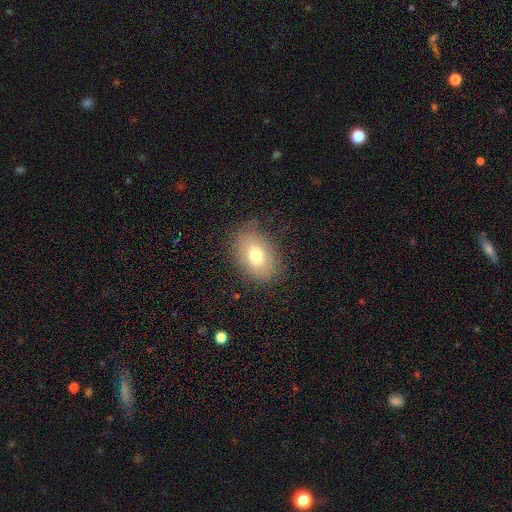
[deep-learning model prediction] smooth 73%, featured or disk 17%, star or artifact 10%. Down the decision tree: how rounded — in between (80%); merging — none (77%).